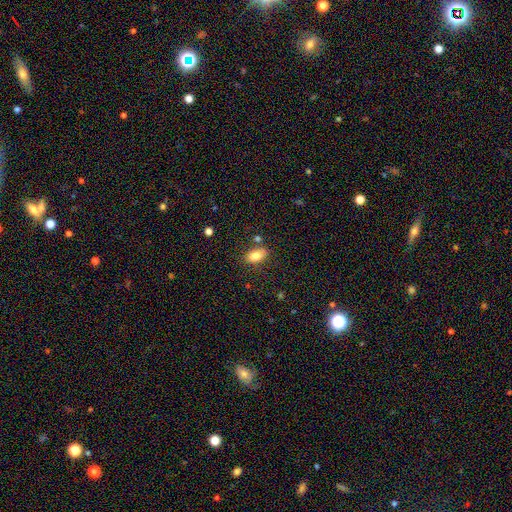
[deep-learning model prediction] Overall: smooth (81%). How rounded: in between (90%). Merging: none (76%).